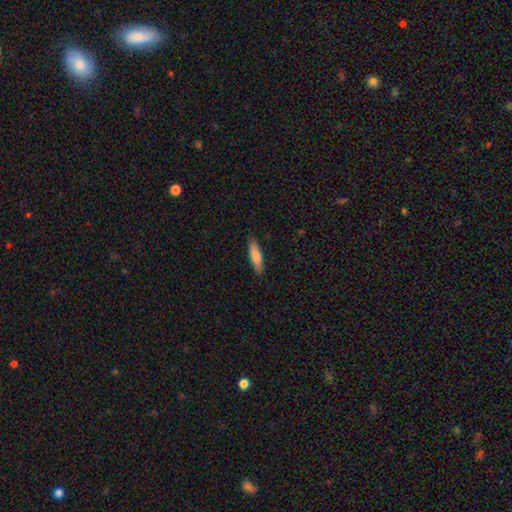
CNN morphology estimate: Smooth or featured? Predicted: smooth (p=0.80). How rounded? Predicted: cigar-shaped (p=0.68). Merging? Predicted: none (p=0.87).